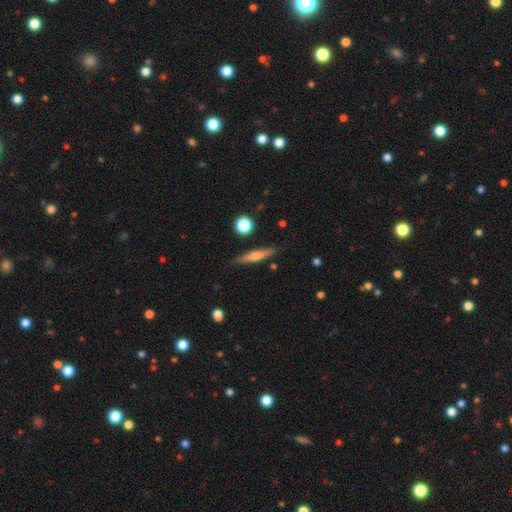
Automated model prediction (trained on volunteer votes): smooth-or-featured: featured or disk: 59% | smooth: 34% | star or artifact: 7%
  disk-edge-on: yes: 96% | no: 4%
    edge-on-bulge: rounded: 77% | none: 13% | boxy: 11%
  merging: none: 87% | minor disturbance: 9% | major disturbance: 2% | merger: 2%